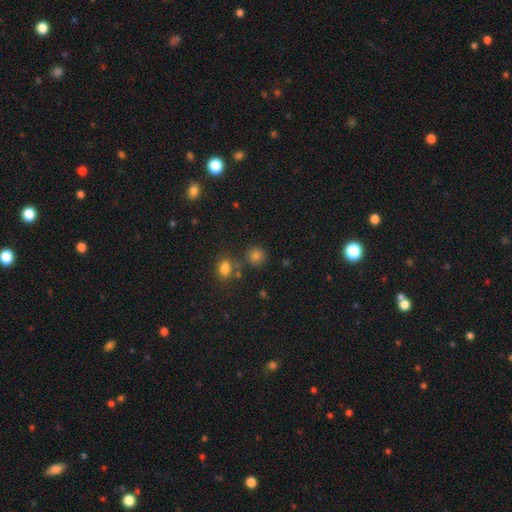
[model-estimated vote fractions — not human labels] Smooth or featured? smooth (79%)
How rounded? round (85%)
Merging? none (75%)